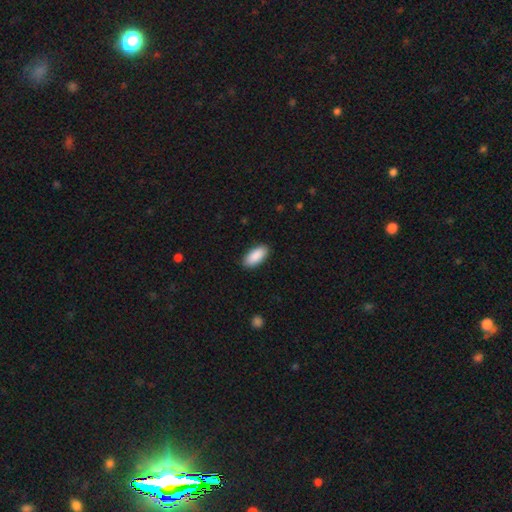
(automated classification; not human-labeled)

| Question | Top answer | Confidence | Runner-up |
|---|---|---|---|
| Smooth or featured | smooth | 91% | star or artifact (6%) |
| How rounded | in between | 91% | cigar-shaped (7%) |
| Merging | none | 89% | minor disturbance (8%) |